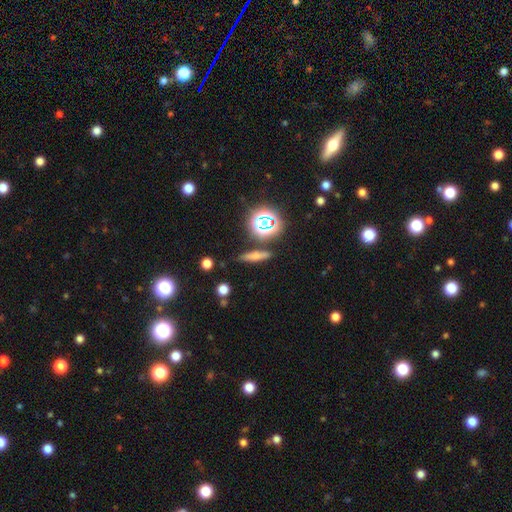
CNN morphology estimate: A smooth galaxy with no disk features (58%) that is cigar-shaped (75%).

Vote fractions:
- Smooth or featured? smooth: 58% / featured or disk: 23% / star or artifact: 19%
- How rounded? cigar-shaped: 75% / in between: 16% / round: 9%
- Merging? none: 82% / minor disturbance: 10% / merger: 5% / major disturbance: 3%